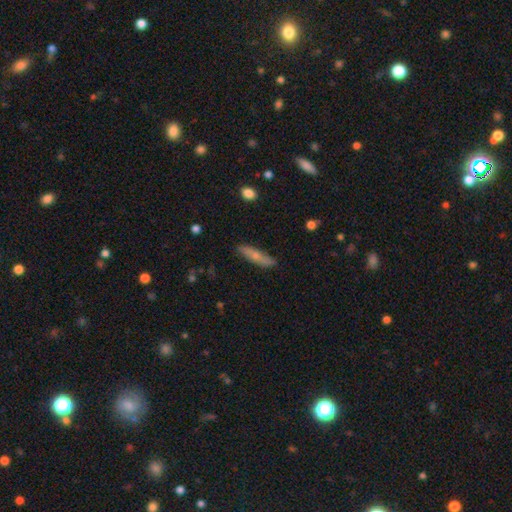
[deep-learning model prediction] smooth 61%, featured or disk 33%, star or artifact 6%. Down the decision tree: how rounded — cigar-shaped (79%); merging — none (83%).